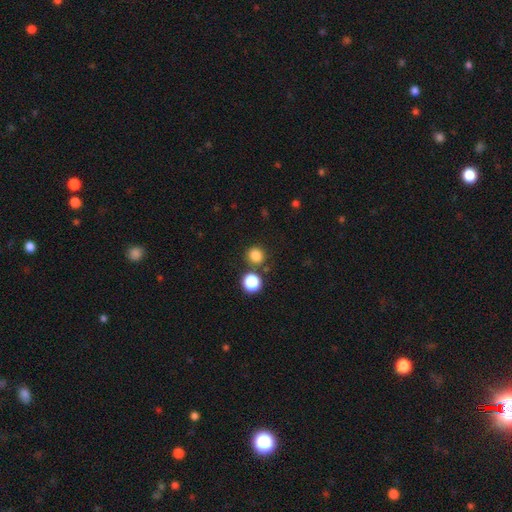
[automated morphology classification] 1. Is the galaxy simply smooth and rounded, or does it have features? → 81% smooth, 14% star or artifact, 4% featured or disk.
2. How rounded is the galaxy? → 90% round, 9% in between, 1% cigar-shaped.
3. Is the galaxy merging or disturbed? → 82% none, 8% merger, 7% minor disturbance, 3% major disturbance.